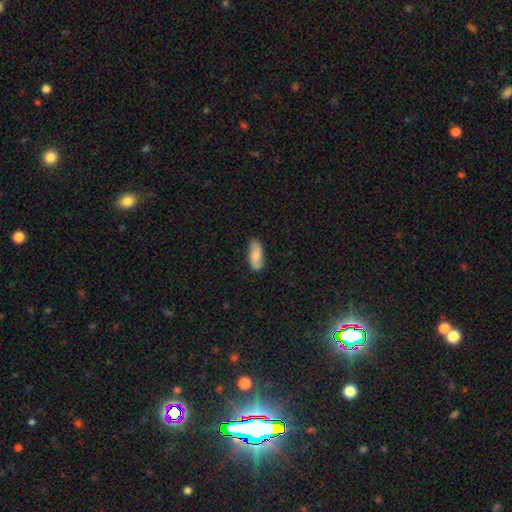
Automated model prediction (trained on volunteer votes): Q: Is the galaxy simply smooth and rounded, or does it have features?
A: smooth — 58%.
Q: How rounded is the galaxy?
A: in between — 85%.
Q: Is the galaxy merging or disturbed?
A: none — 80%.